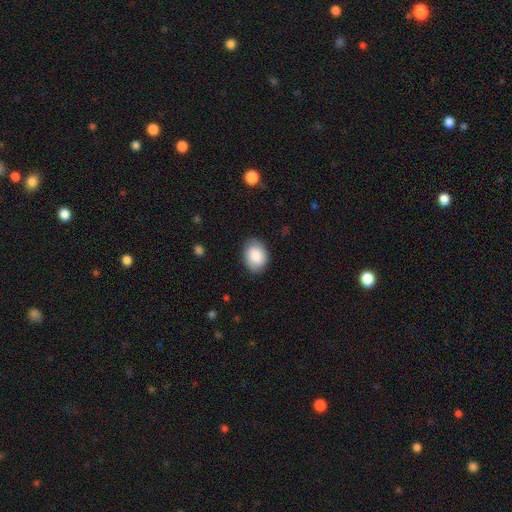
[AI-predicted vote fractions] A smooth galaxy with no disk features (85%) that is in between round and cigar-shaped (76%).

Vote fractions:
- Smooth or featured? smooth: 85% / featured or disk: 9% / star or artifact: 6%
- How rounded? in between: 76% / round: 23% / cigar-shaped: 1%
- Merging? none: 82% / minor disturbance: 14% / major disturbance: 3% / merger: 1%